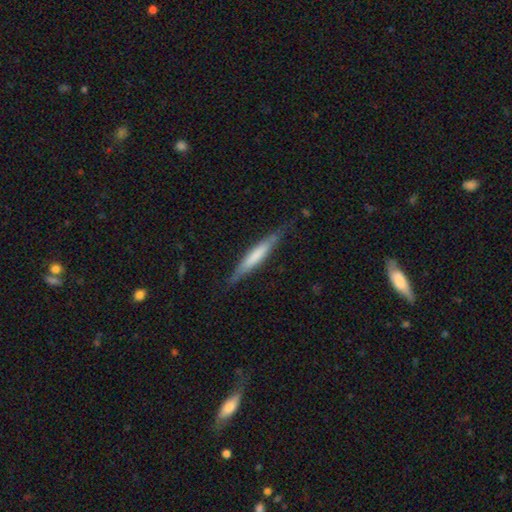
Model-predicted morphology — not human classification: Smooth or featured? Predicted: smooth (p=0.55). How rounded? Predicted: cigar-shaped (p=0.93). Merging? Predicted: none (p=0.80).